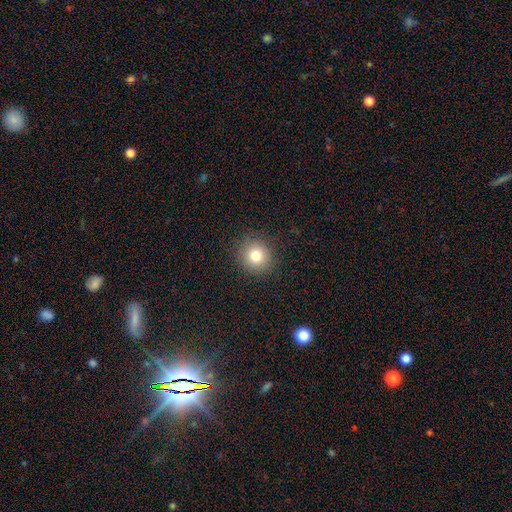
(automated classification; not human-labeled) smooth 79%, star or artifact 13%, featured or disk 9%. Down the decision tree: how rounded — round (92%); merging — none (90%).